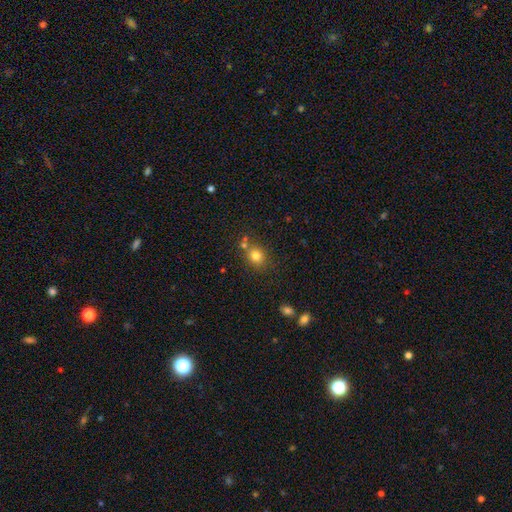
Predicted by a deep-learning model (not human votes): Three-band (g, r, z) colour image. It shows a smooth galaxy with no disk features (79%) that is round (73%). Merging: none (69%).